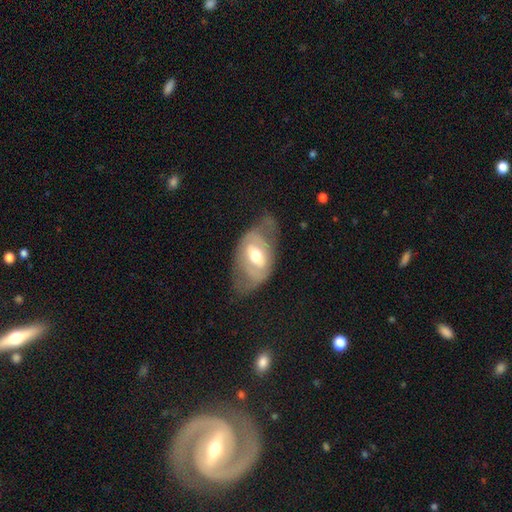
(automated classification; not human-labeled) Overall: featured or disk (61%; smooth 32%). Edge-on disk: no (90%). Bar: weak (40%; no 33%). Spiral arms: no (54%; yes 46%). Bulge size: moderate (68%). Merging: none (46%; minor disturbance 28%).